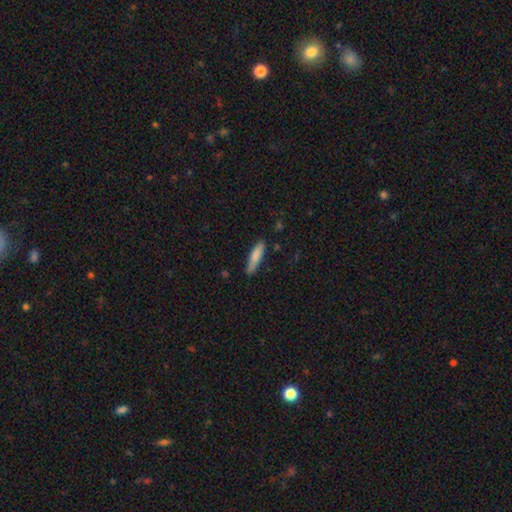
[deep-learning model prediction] This appears to be a smooth galaxy with no disk features (81%) that is cigar-shaped (76%). Merging: none (81%).